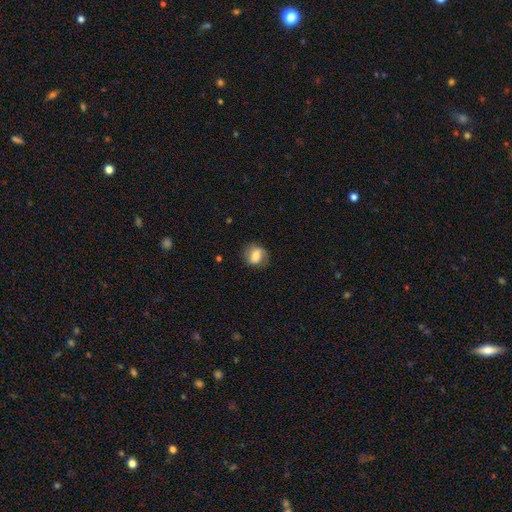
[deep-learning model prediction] smooth_or_featured: smooth (p=0.63) [alt: featured or disk p=0.29]
how_rounded: round (p=0.52) [alt: in between p=0.47]
merging: none (p=0.68) [alt: minor disturbance p=0.22]